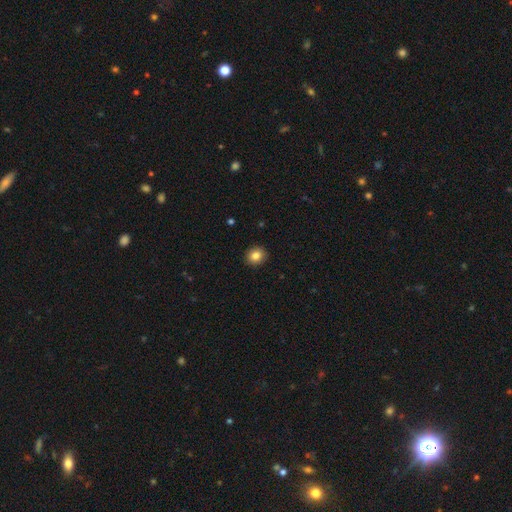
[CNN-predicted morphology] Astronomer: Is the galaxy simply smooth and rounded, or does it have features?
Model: smooth — 84%.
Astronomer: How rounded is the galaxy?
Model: round — 76%.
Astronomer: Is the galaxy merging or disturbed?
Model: none — 92%.